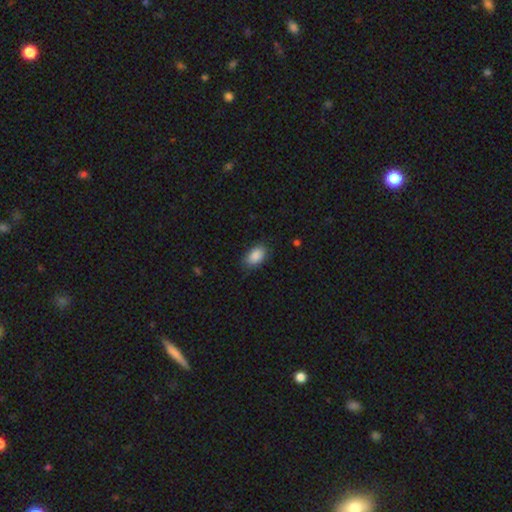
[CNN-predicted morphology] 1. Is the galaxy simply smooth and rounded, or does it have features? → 89% smooth, 7% star or artifact, 4% featured or disk.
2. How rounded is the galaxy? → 91% in between, 7% round, 1% cigar-shaped.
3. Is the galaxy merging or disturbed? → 82% none, 14% minor disturbance, 3% major disturbance, 1% merger.